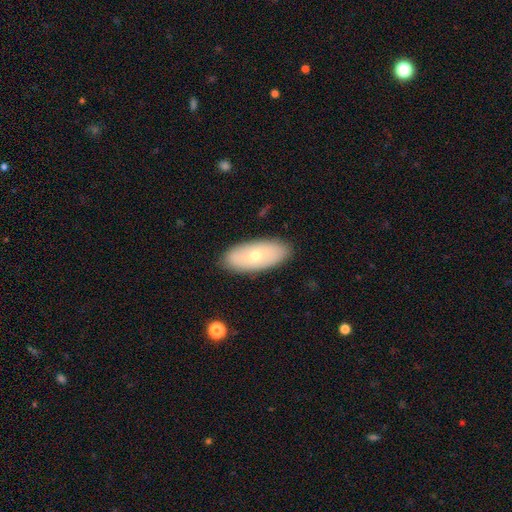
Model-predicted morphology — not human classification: type=smooth (55%); roundness=in between (88%); merging=none (88%).